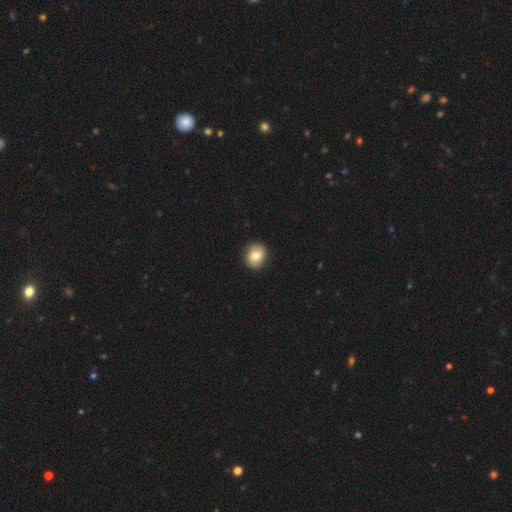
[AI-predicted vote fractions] Morphology: type=smooth (79%); roundness=round (69%); merging=none (88%).